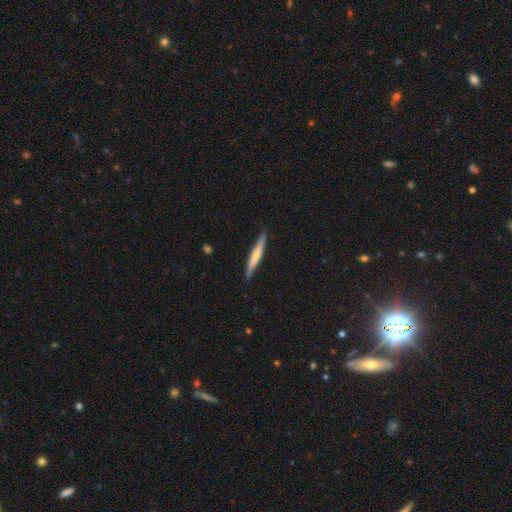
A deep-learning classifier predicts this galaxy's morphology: type=smooth (52%); roundness=cigar-shaped (95%); merging=none (87%).